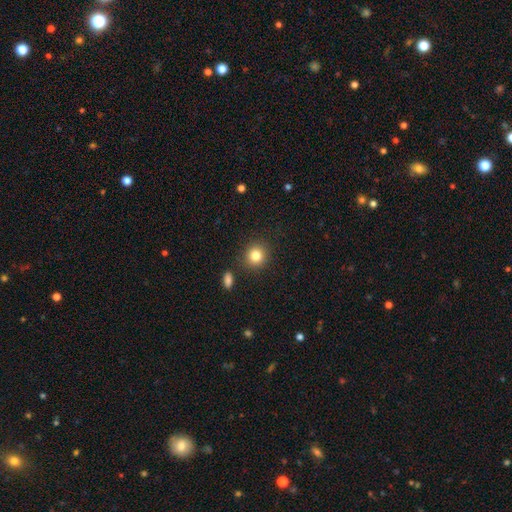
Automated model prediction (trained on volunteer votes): smooth 82%, star or artifact 11%, featured or disk 7%. Down the decision tree: how rounded — round (87%); merging — none (87%).